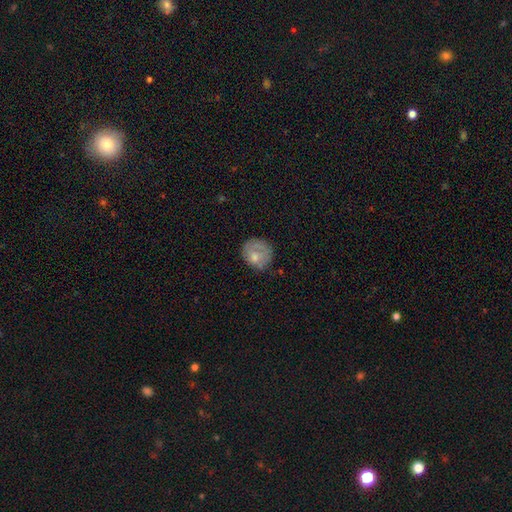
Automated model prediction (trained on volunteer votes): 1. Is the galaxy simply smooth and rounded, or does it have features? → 63% smooth, 29% featured or disk, 8% star or artifact.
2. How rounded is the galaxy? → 76% round, 23% in between, 1% cigar-shaped.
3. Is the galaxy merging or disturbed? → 57% none, 26% minor disturbance, 14% major disturbance, 2% merger.